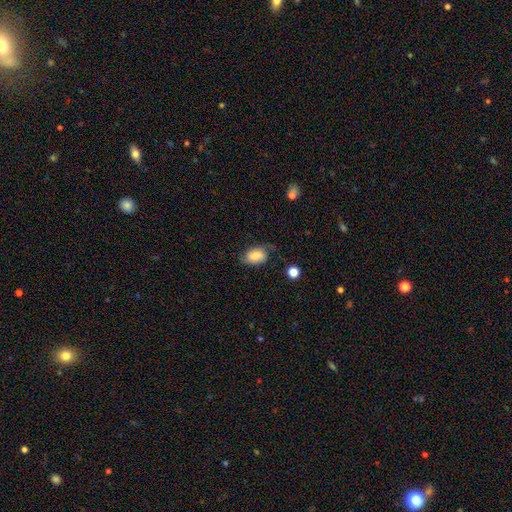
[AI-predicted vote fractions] smooth 78%, featured or disk 14%, star or artifact 8%. Down the decision tree: how rounded — in between (87%); merging — none (59%).